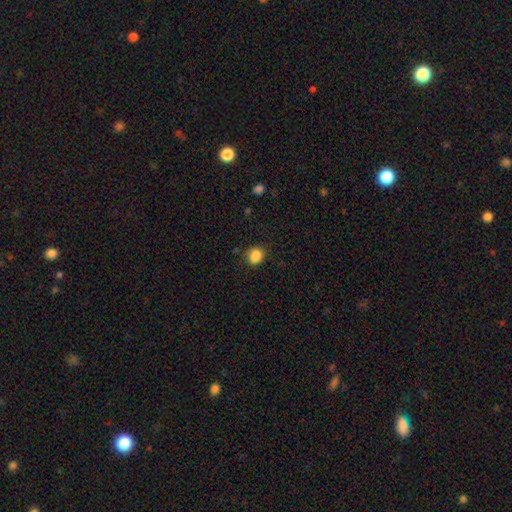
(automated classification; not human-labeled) Smooth or featured? smooth (86%)
How rounded? round (52%)
Merging? none (76%)